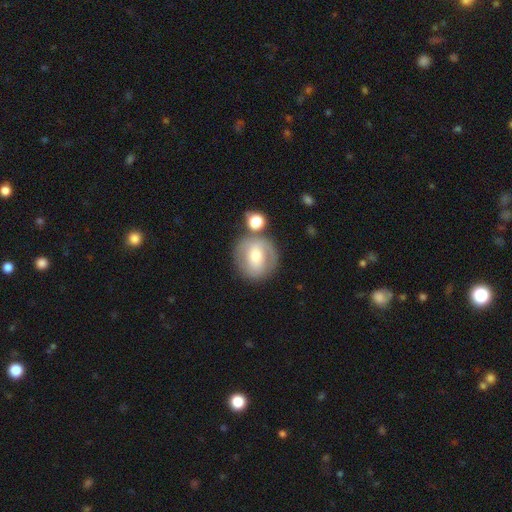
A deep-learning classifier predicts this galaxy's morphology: Smooth or featured: featured or disk — 51% (smooth — 42%)
Edge-on disk: no — 95% (yes — 5%)
Merging: none — 69% (merger — 13%)